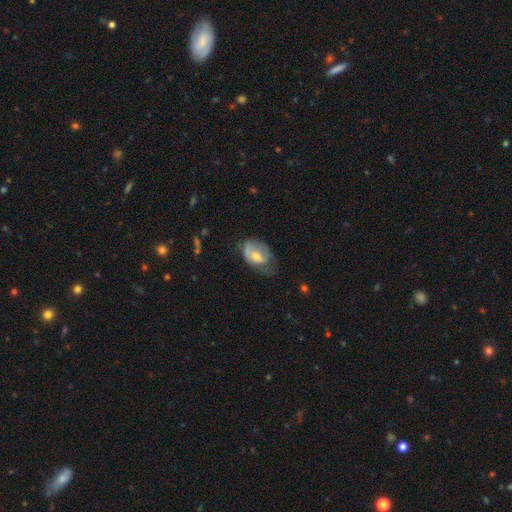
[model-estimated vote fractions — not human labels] Smooth or featured?
  - smooth: 47% *
  - featured or disk: 46%
  - star or artifact: 7%
Merging?
  - none: 34% *
  - minor disturbance: 33%
  - major disturbance: 30%
  - merger: 3%